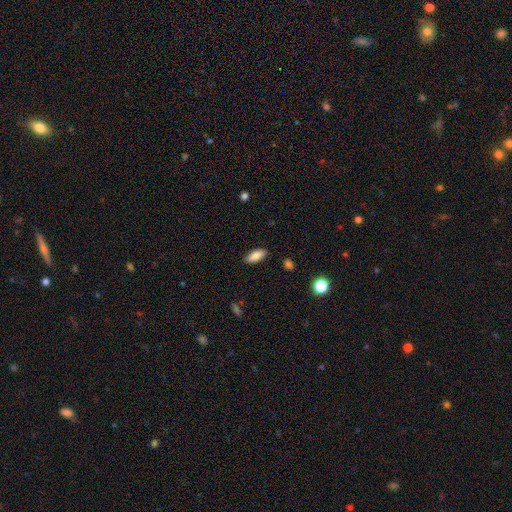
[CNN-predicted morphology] This appears to be a smooth galaxy with no disk features (85%) that is in between round and cigar-shaped (78%). Merging: none (88%).